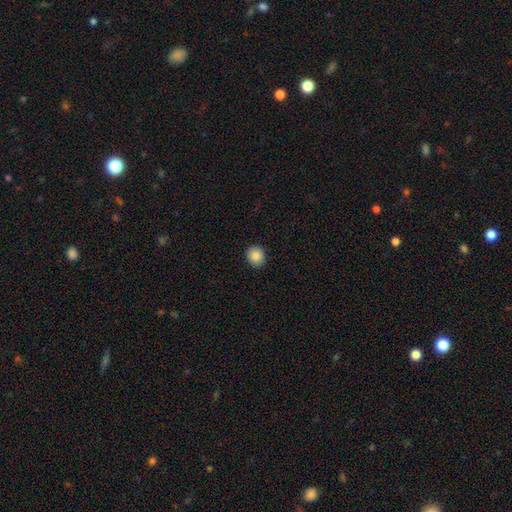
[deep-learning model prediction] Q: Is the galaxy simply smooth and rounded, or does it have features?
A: smooth — 86%.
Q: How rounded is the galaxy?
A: round — 78%.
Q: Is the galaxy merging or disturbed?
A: none — 91%.